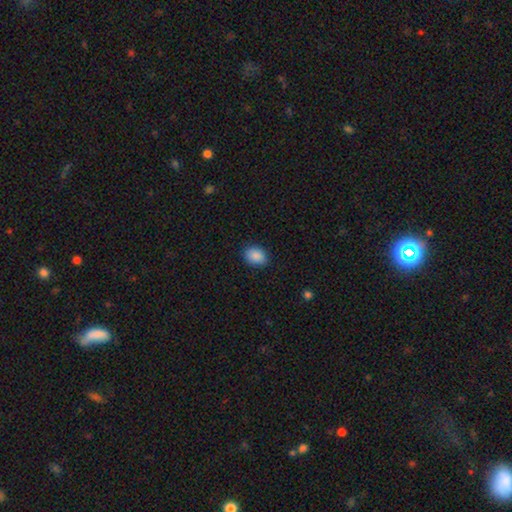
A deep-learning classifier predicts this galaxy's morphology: smooth 89%, star or artifact 8%, featured or disk 4%. Down the decision tree: how rounded — in between (70%); merging — none (87%).